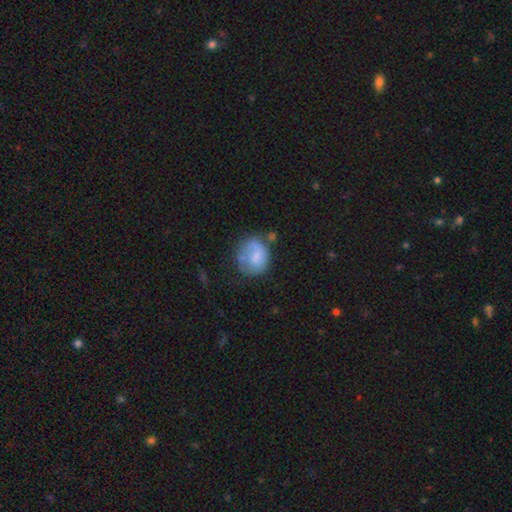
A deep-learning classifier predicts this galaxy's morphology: Smooth or featured? Predicted: smooth (p=0.66). How rounded? Predicted: round (p=0.71). Merging? Predicted: none (p=0.47).